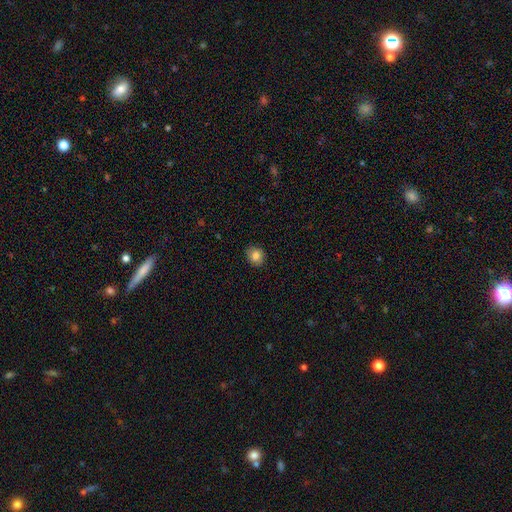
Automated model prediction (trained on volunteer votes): Smooth or featured: smooth — 84% (star or artifact — 9%)
How rounded: round — 68% (in between — 31%)
Merging: none — 87% (minor disturbance — 10%)